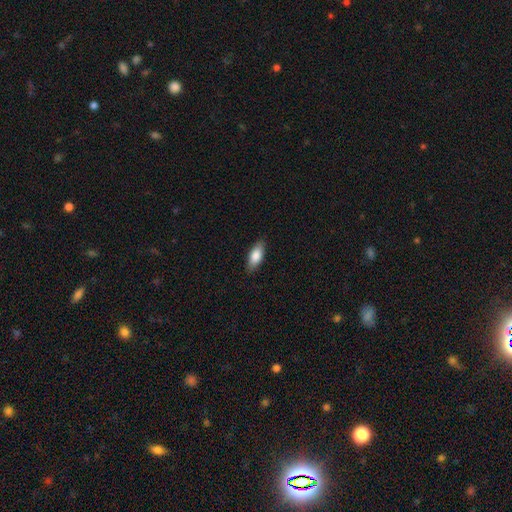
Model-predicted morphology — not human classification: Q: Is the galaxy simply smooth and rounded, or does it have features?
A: smooth — 82%.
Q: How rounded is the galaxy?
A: in between — 82%.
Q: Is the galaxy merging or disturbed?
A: none — 86%.